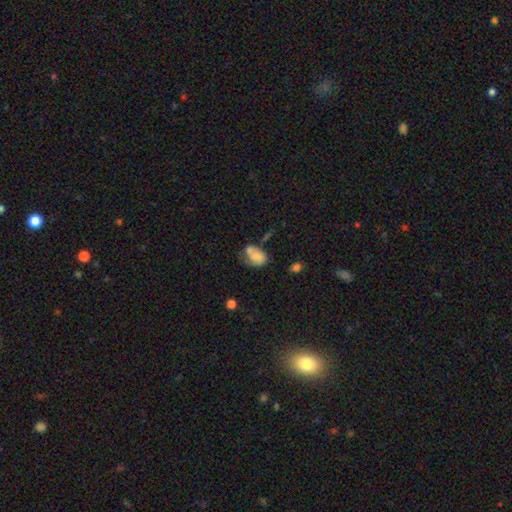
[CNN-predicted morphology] This appears to be a smooth galaxy with no disk features (61%) that is in between round and cigar-shaped (82%). Merging: none (35%).